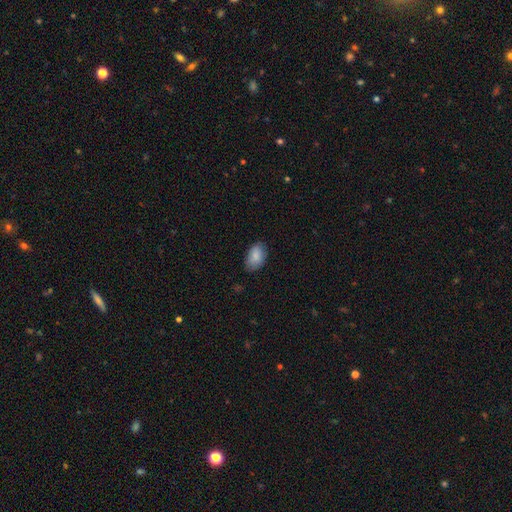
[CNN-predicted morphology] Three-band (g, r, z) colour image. It shows a smooth galaxy with no disk features (87%) that is in between round and cigar-shaped (92%). Merging: none (77%).